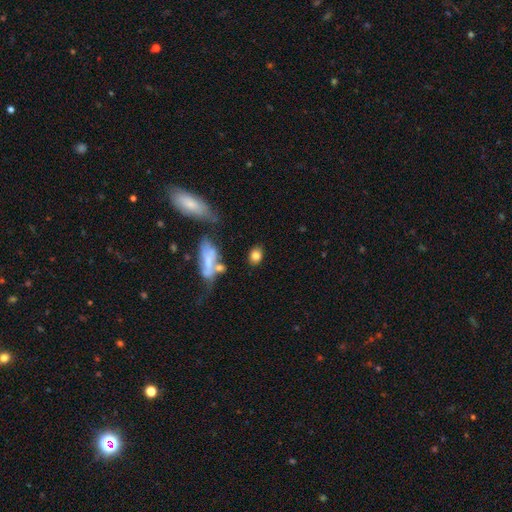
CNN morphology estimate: The model was most divided on "how rounded": in between: 56%, round: 41%, cigar-shaped: 3%. More confident: smooth or featured — smooth (78%); merging — none (69%).